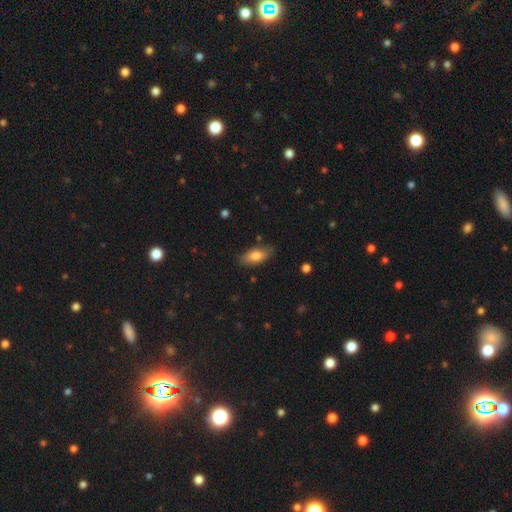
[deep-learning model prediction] This is likely a smooth galaxy (77%). How rounded: clearly in between (84%). Merging: likely none (79%).